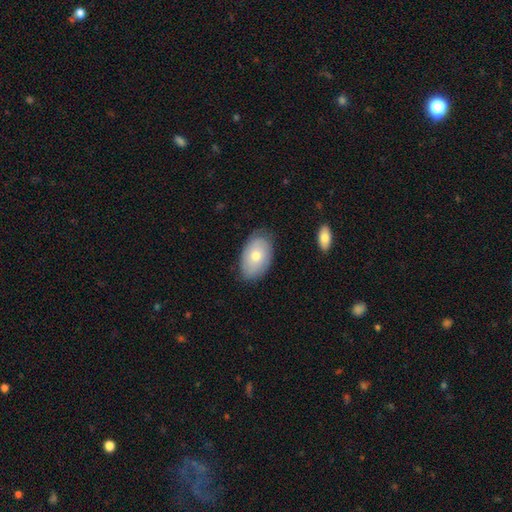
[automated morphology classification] smooth_or_featured: smooth (p=0.66) [alt: featured or disk p=0.28]
how_rounded: in between (p=0.91) [alt: round p=0.08]
merging: none (p=0.80) [alt: minor disturbance p=0.16]